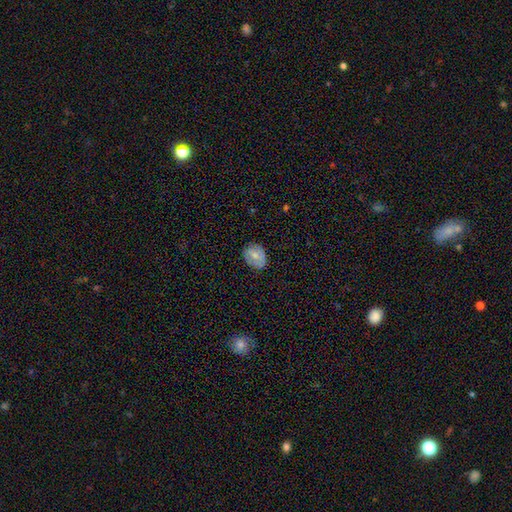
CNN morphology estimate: Overall: smooth (63%; featured or disk 28%). How rounded: in between (57%; round 42%). Merging: none (76%).